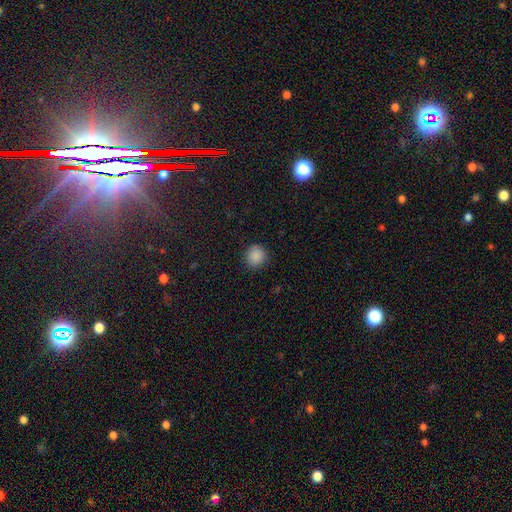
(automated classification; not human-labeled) A smooth galaxy with no disk features (88%) that is round (91%). Merging: none (90%).